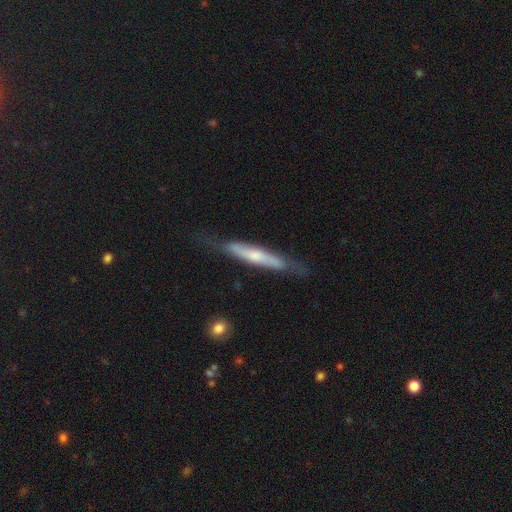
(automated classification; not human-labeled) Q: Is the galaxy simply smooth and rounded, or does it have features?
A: featured or disk — 59%.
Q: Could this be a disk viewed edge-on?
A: yes — 79%.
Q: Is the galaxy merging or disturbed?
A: none — 69%.